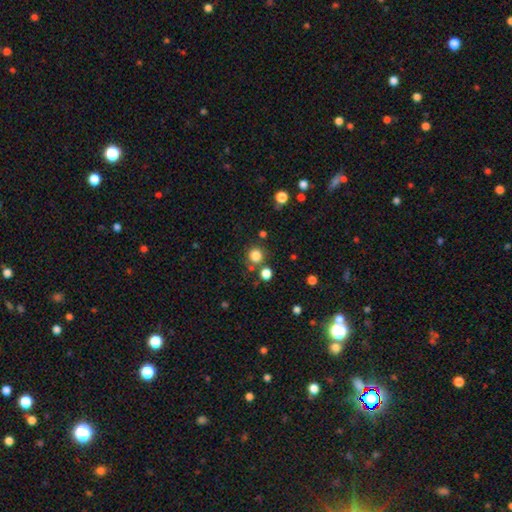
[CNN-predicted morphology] Smooth or featured? smooth (82%)
How rounded? round (93%)
Merging? none (78%)